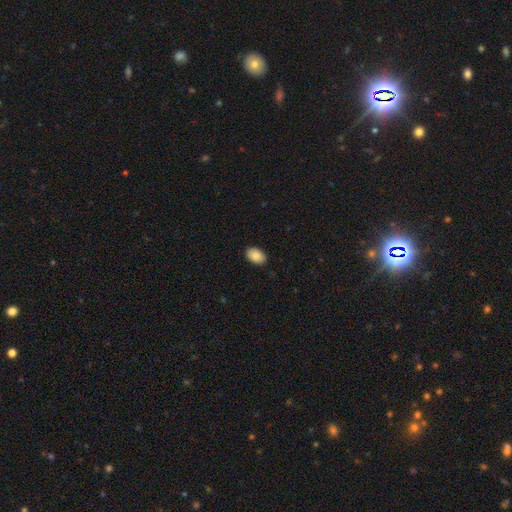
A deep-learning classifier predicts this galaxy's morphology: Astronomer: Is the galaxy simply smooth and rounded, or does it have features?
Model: smooth — 89%.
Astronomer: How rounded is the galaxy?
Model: in between — 88%.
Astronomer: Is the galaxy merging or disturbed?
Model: none — 90%.